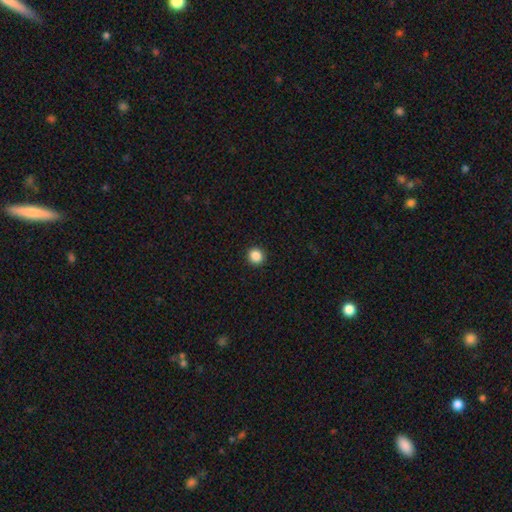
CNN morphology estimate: Smooth or featured? smooth (87%)
How rounded? round (89%)
Merging? none (93%)